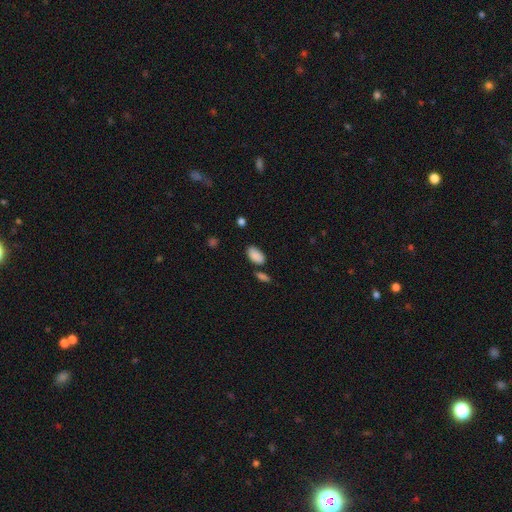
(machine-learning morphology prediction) A smooth galaxy with no disk features (88%) that is in between round and cigar-shaped (94%). Merging: none (70%).